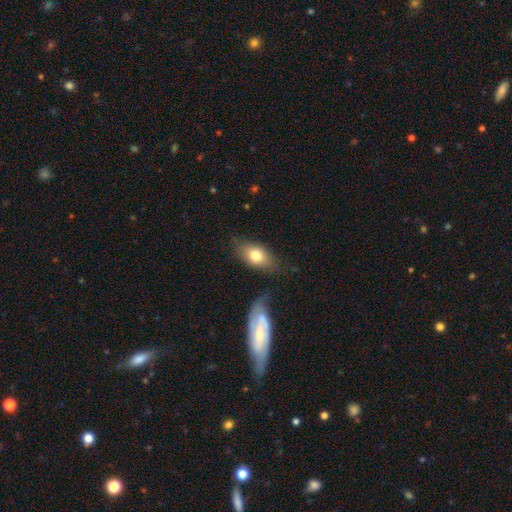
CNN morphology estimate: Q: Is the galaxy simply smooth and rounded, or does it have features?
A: smooth — 75%.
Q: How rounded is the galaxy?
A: in between — 86%.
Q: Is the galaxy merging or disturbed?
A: none — 66%.